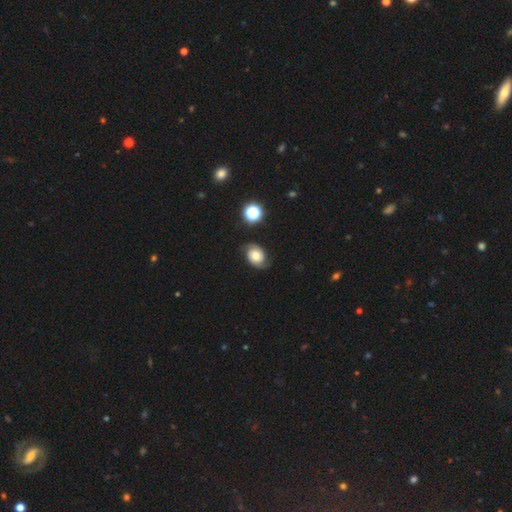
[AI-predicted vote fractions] featured or disk 49%, smooth 40%, star or artifact 12%. Down the decision tree: merging — none (71%).